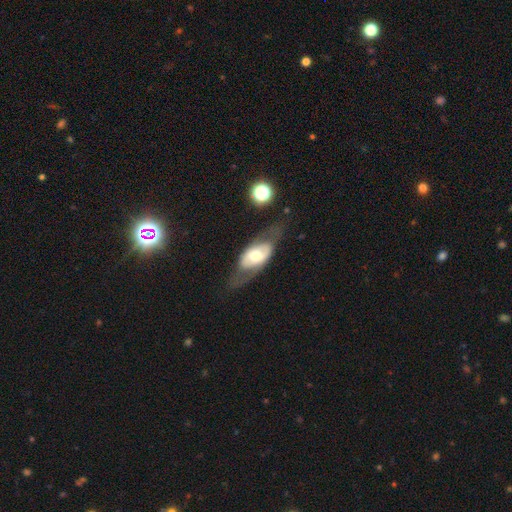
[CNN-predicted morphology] A featured or disk galaxy (58%).

Vote fractions:
- Smooth or featured? featured or disk: 58% / smooth: 36% / star or artifact: 6%
- Edge-on disk? no: 81% / yes: 19%
- Merging? none: 63% / minor disturbance: 19% / major disturbance: 16% / merger: 3%